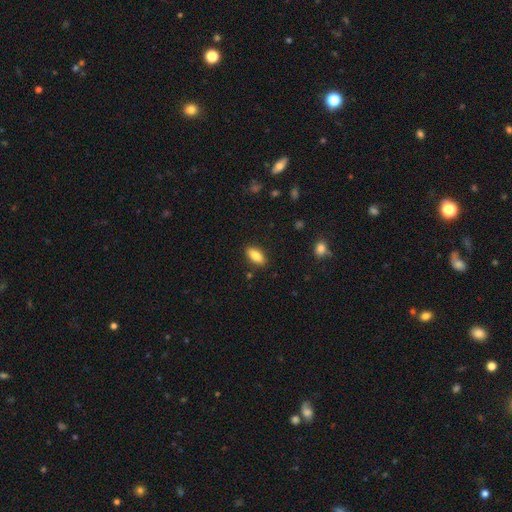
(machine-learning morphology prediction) Smooth or featured? smooth (83%)
How rounded? in between (85%)
Merging? none (88%)